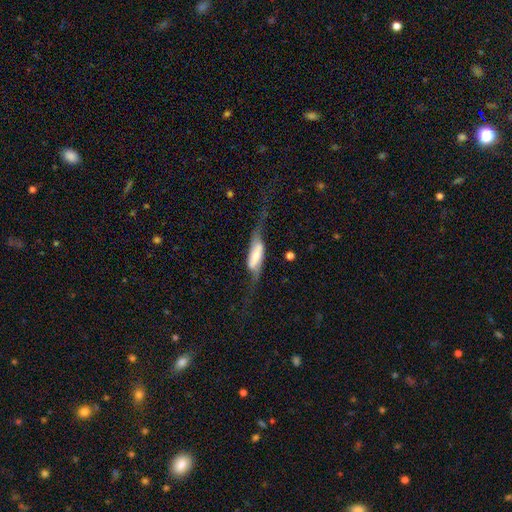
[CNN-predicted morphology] Overall: featured or disk (64%; smooth 29%). Edge-on disk: no (74%). Merging: none (41%; major disturbance 35%).